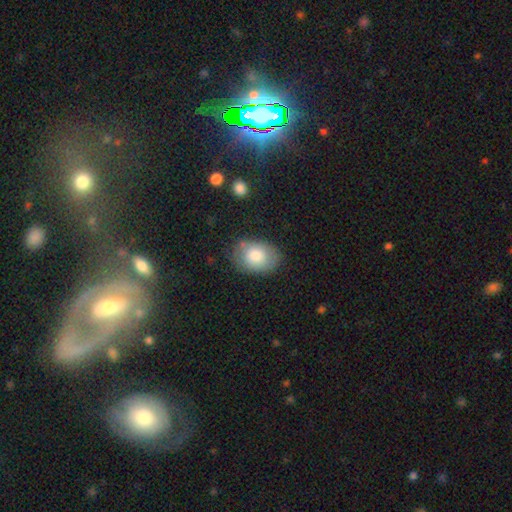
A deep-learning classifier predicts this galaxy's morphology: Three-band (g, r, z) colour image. It shows a smooth galaxy with no disk features (79%) that is in between round and cigar-shaped (74%). Merging: none (71%).